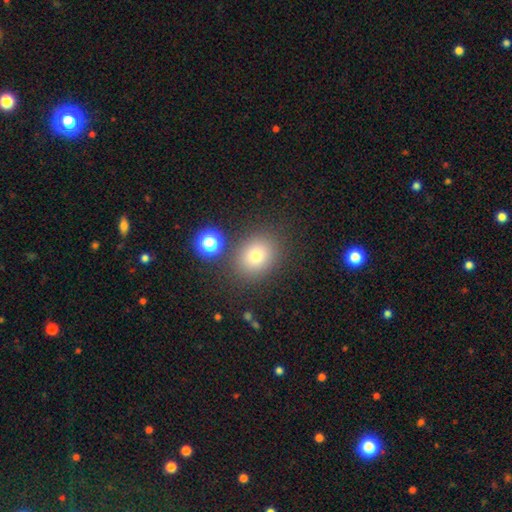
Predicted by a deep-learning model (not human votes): A smooth galaxy with no disk features (77%) that is round (62%). Merging: none (82%).